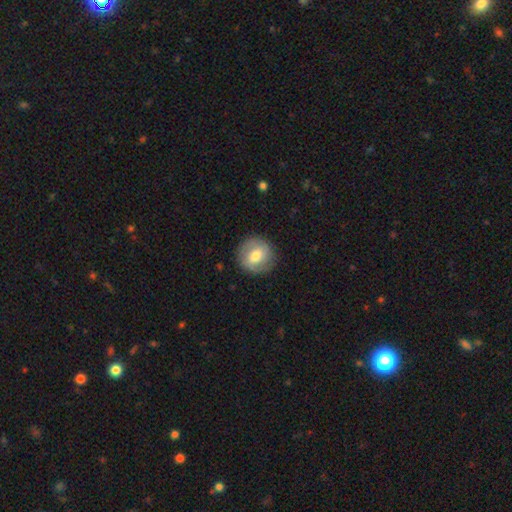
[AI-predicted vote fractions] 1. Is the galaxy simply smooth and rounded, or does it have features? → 47% smooth, 46% featured or disk, 7% star or artifact.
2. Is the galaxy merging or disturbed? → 86% none, 10% minor disturbance, 3% major disturbance, 1% merger.